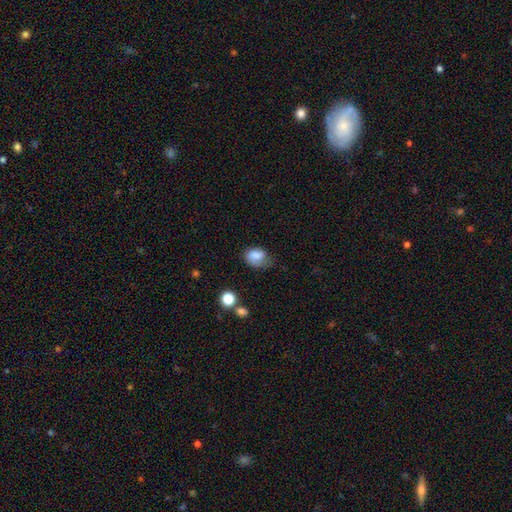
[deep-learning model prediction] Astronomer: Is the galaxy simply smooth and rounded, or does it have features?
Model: smooth — 79%.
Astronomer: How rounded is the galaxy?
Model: in between — 71%.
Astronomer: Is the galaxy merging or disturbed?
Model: none — 41% (runner-up: minor disturbance, 37%).